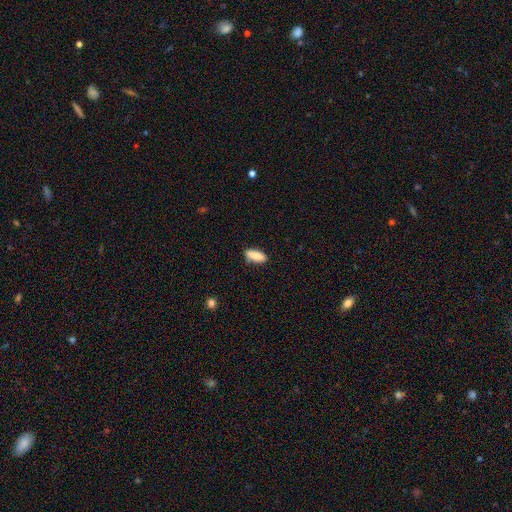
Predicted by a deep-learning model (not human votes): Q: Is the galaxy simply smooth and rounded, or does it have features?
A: smooth — 86%.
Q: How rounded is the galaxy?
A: in between — 74%.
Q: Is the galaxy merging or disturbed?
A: none — 80%.